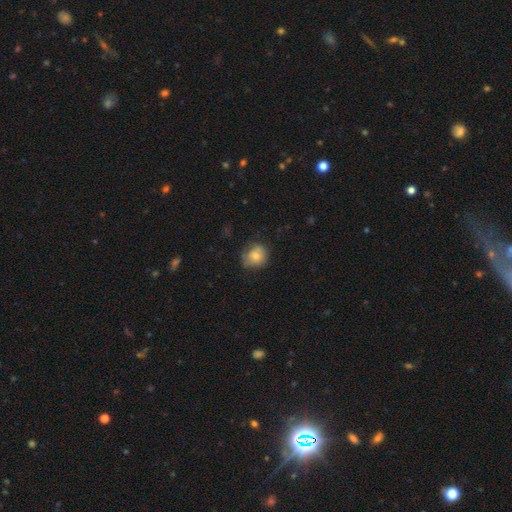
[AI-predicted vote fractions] smooth_or_featured: smooth (p=0.75) [alt: featured or disk p=0.16]
how_rounded: round (p=0.73) [alt: in between p=0.26]
merging: none (p=0.63) [alt: minor disturbance p=0.27]